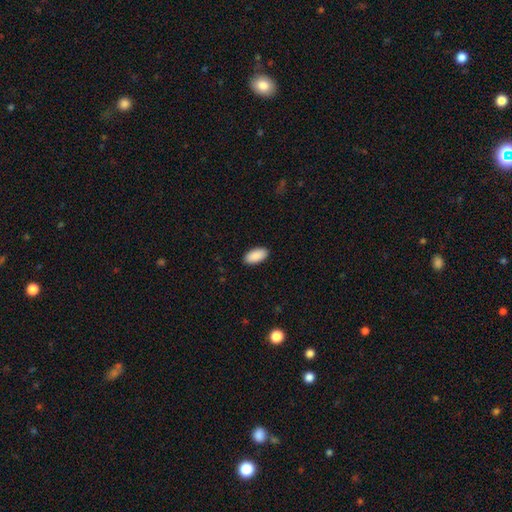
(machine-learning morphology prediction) This is clearly a smooth galaxy (91%). How rounded: clearly in between (95%). Merging: clearly none (90%).